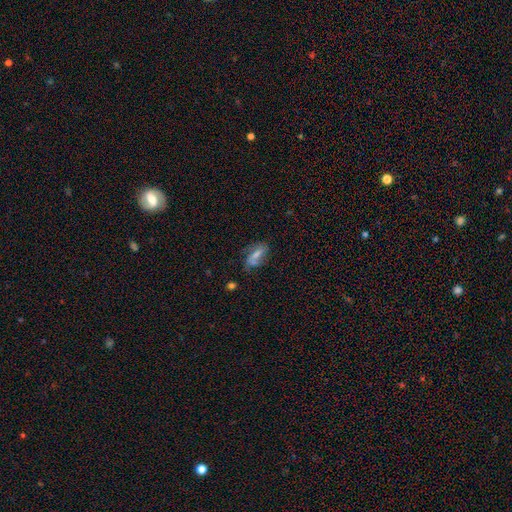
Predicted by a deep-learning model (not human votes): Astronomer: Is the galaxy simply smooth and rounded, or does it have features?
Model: smooth — 50% (runner-up: featured or disk, 39%).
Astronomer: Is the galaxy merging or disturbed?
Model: none — 53%.